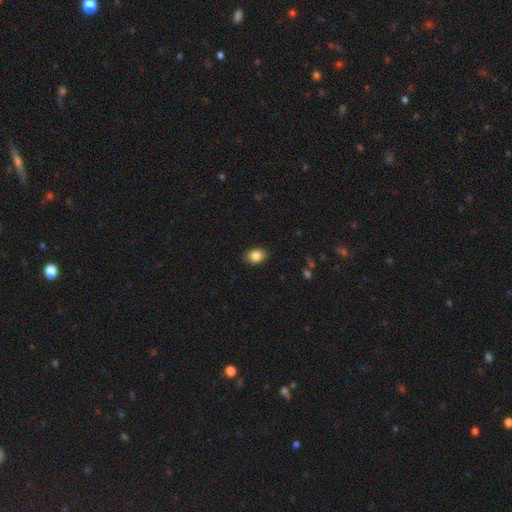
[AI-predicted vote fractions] smooth_or_featured: smooth (p=0.85) [alt: star or artifact p=0.08]
how_rounded: in between (p=0.68) [alt: round p=0.31]
merging: none (p=0.87) [alt: minor disturbance p=0.10]